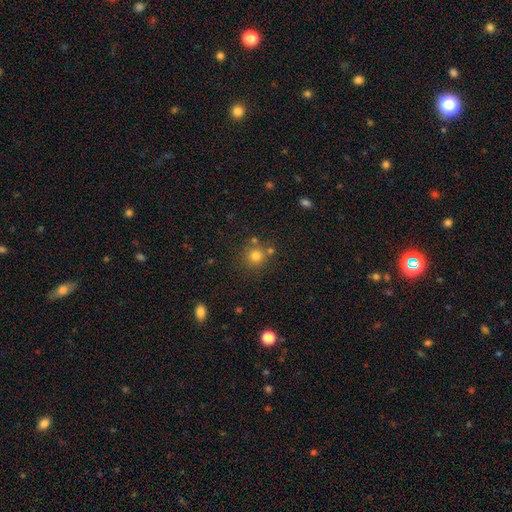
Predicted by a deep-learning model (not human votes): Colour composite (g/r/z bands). It shows a smooth galaxy with no disk features (76%) that is round (91%). Merging: none (73%).